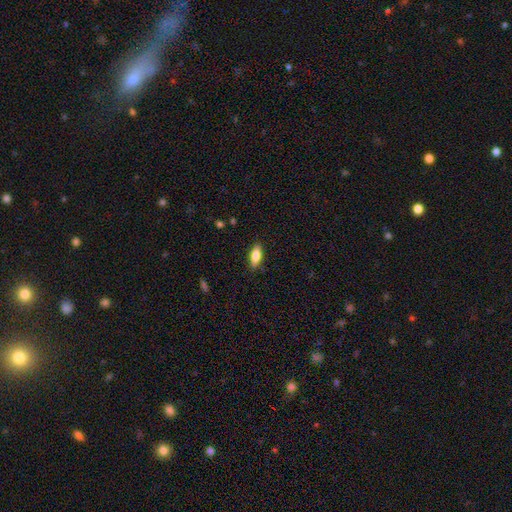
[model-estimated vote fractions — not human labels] Smooth or featured: smooth — 75% (featured or disk — 18%)
How rounded: in between — 74% (cigar-shaped — 24%)
Merging: none — 88% (minor disturbance — 9%)